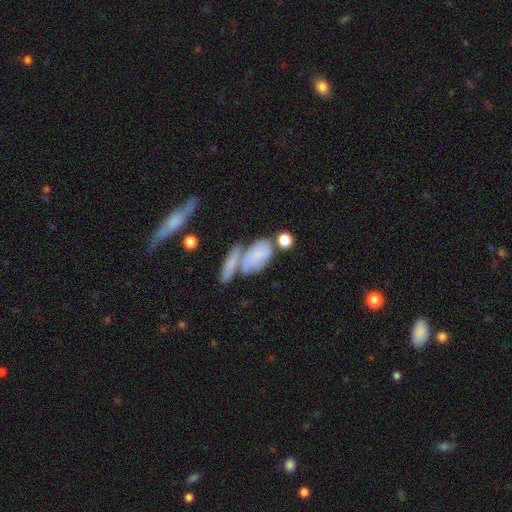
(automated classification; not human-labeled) Smooth or featured: smooth — 47% (featured or disk — 44%)
Merging: merger — 39% (none — 33%)